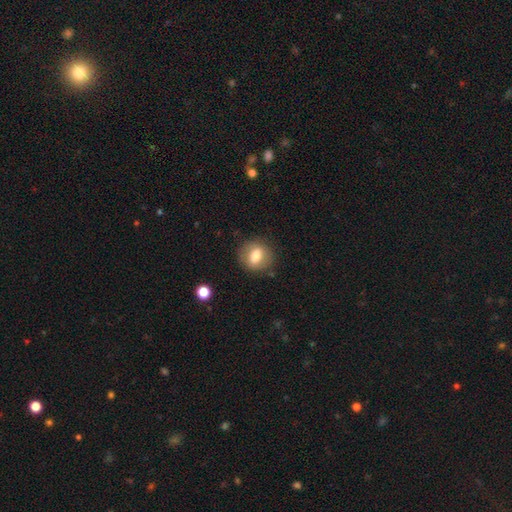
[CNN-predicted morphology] Smooth or featured? Predicted: smooth (p=0.71). How rounded? Predicted: round (p=0.68). Merging? Predicted: none (p=0.83).